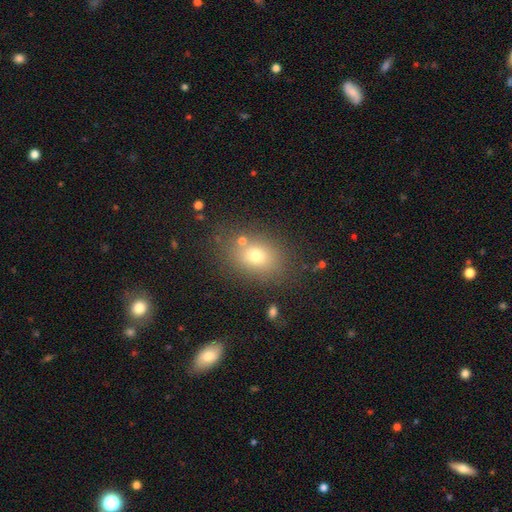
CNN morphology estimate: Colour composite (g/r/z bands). It shows a smooth galaxy with no disk features (72%) that is in between round and cigar-shaped (63%). Merging: none (75%).